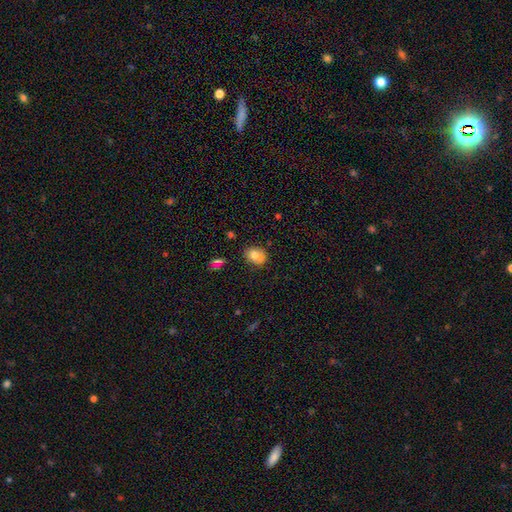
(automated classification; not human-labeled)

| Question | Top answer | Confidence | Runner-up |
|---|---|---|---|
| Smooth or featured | smooth | 71% | featured or disk (19%) |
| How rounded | round | 50% | in between (49%) |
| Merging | merger | 45% | none (38%) |